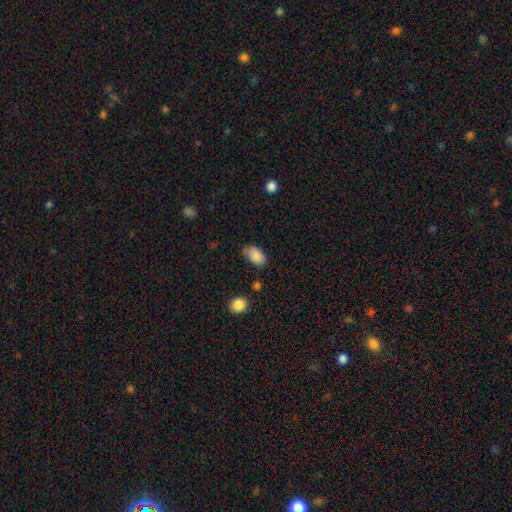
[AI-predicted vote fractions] Q: Smooth or featured?
A: smooth (86%); runner-up: star or artifact (8%)
Q: How rounded?
A: in between (91%); runner-up: round (8%)
Q: Merging?
A: none (65%); runner-up: minor disturbance (27%)